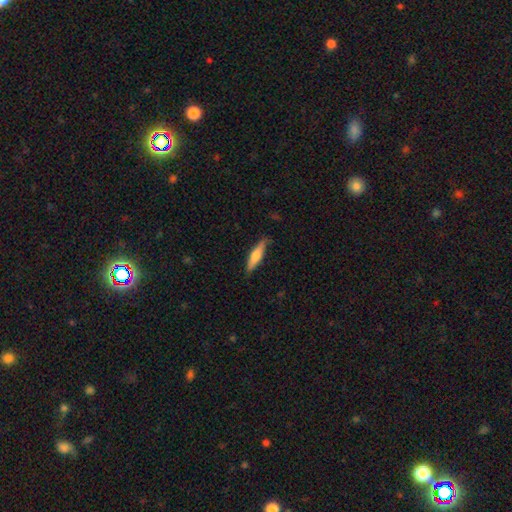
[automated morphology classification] A smooth galaxy with no disk features (63%) that is cigar-shaped (78%). Merging: none (80%).